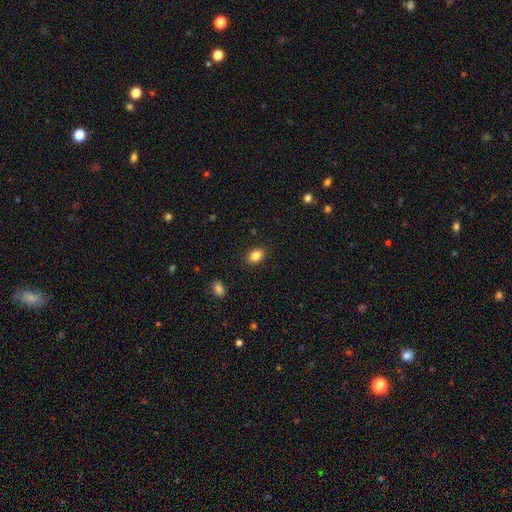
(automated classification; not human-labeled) Morphology: type=smooth (85%); roundness=in between (76%); merging=none (88%).